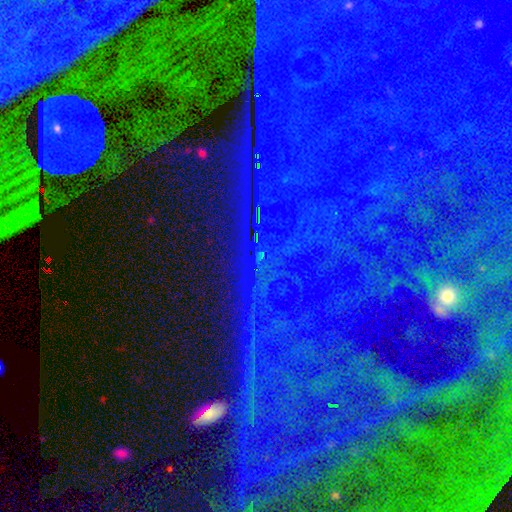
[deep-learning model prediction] Morphology: type=star or artifact (84%).